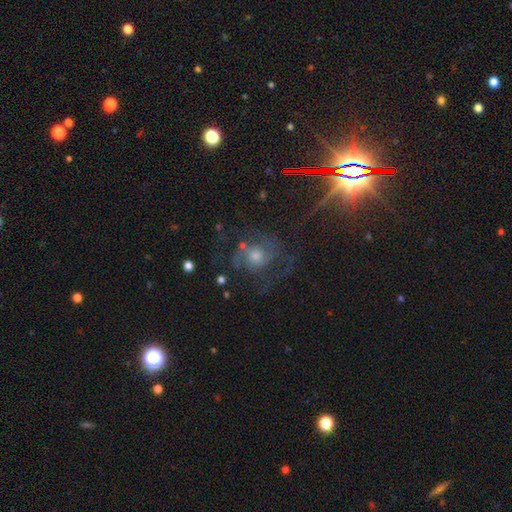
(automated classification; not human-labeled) smooth_or_featured: featured or disk (p=0.61) [alt: star or artifact p=0.22]
disk_edge_on: no (p=0.96) [alt: yes p=0.04]
bar: no (p=0.77) [alt: weak p=0.19]
has_spiral_arms: yes (p=0.83) [alt: no p=0.17]
bulge_size: moderate (p=0.51) [alt: small p=0.28]
merging: none (p=0.61) [alt: major disturbance p=0.20]